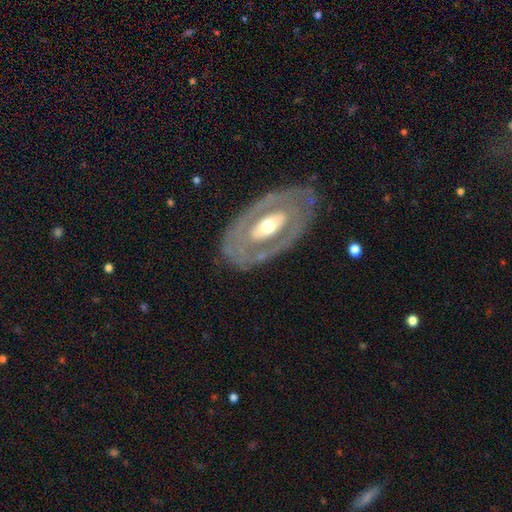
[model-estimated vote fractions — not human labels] Smooth or featured: featured or disk — 77% (smooth — 16%)
Edge-on disk: no — 89% (yes — 11%)
Bar: no — 47% (weak — 31%)
Spiral arms: no — 56% (yes — 44%)
Bulge size: moderate — 67% (small — 21%)
Merging: none — 80% (minor disturbance — 13%)